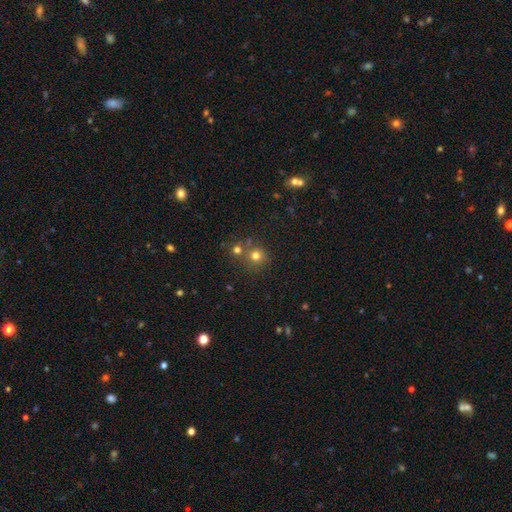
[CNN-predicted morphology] Smooth or featured? Predicted: smooth (p=0.71). How rounded? Predicted: round (p=0.89). Merging? Predicted: none (p=0.65).